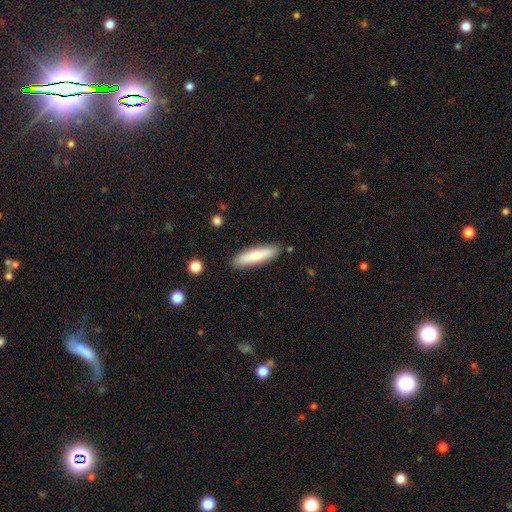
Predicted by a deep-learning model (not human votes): Overall: smooth (73%). How rounded: cigar-shaped (75%). Merging: none (88%).